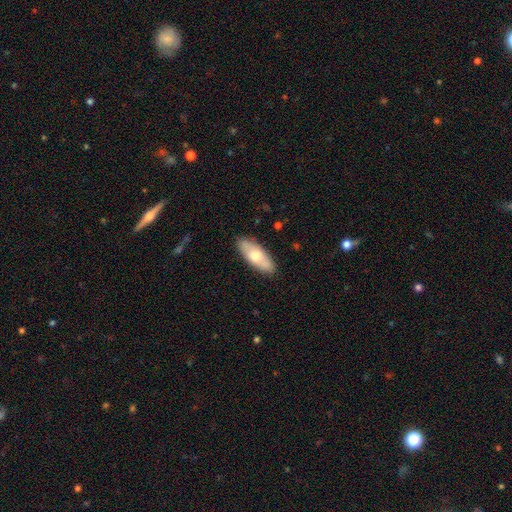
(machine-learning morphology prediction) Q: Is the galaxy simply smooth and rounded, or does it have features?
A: smooth — 63%.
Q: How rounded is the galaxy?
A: in between — 75%.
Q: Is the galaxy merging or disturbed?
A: none — 86%.